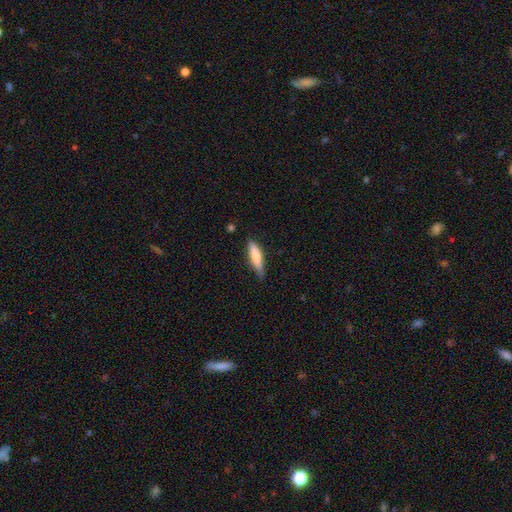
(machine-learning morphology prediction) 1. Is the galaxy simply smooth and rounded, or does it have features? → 72% smooth, 22% featured or disk, 6% star or artifact.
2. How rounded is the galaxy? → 73% cigar-shaped, 26% in between, 1% round.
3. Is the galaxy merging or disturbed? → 72% none, 22% minor disturbance, 4% major disturbance, 2% merger.